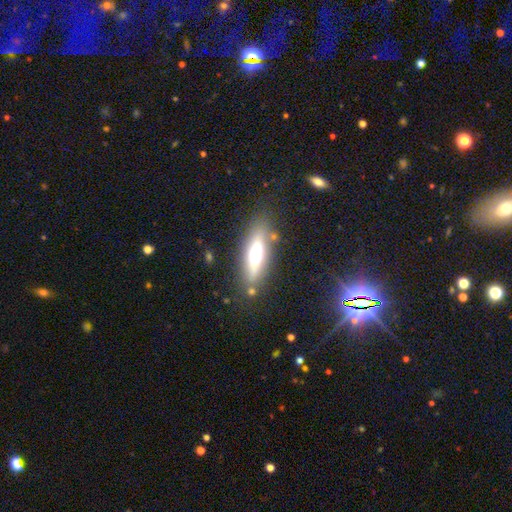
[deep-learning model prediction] Morphology: type=smooth (46%); merging=none (78%).